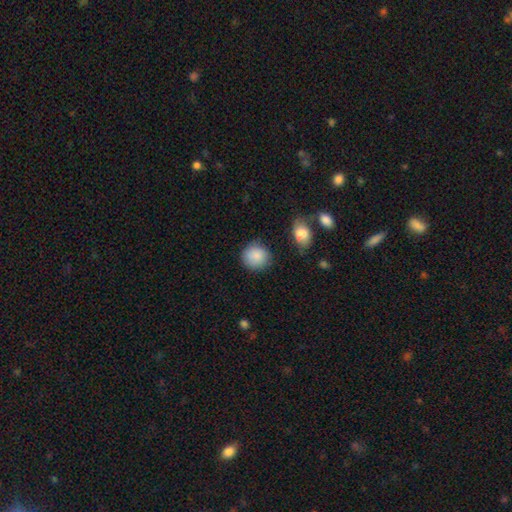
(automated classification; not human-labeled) smooth-or-featured: smooth: 88% | star or artifact: 7% | featured or disk: 5%
  how-rounded: round: 86% | in between: 13% | cigar-shaped: 1%
  merging: none: 83% | minor disturbance: 11% | major disturbance: 3% | merger: 3%